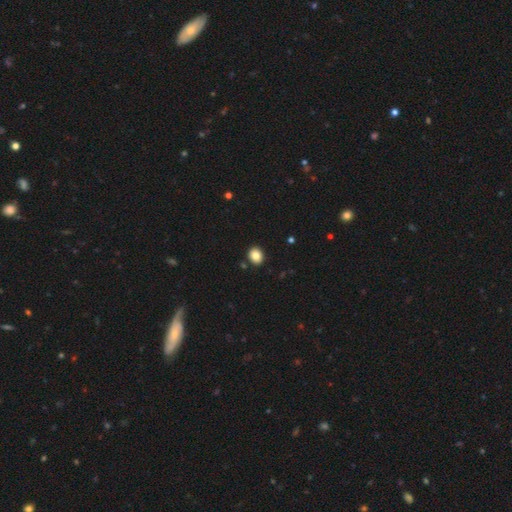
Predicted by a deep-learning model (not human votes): The model was most divided on "how rounded": round: 57%, in between: 42%, cigar-shaped: 1%. More confident: merging — none (89%); smooth or featured — smooth (85%).